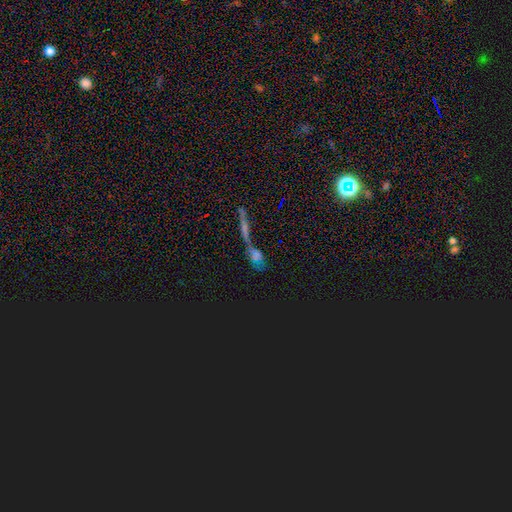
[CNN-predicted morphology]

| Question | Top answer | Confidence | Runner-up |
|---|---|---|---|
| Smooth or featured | star or artifact | 38% | smooth (36%) |